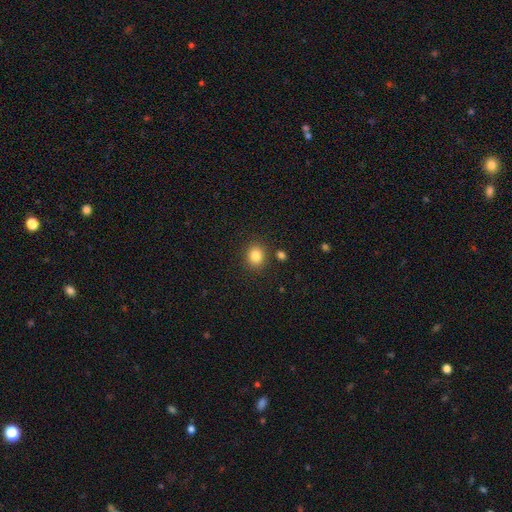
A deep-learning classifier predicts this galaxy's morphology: Q: Smooth or featured?
A: smooth (84%); runner-up: star or artifact (11%)
Q: How rounded?
A: round (71%); runner-up: in between (29%)
Q: Merging?
A: none (85%); runner-up: minor disturbance (8%)